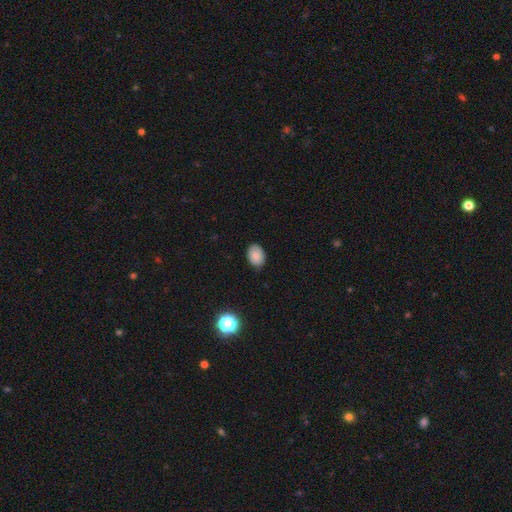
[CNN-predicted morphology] The model was most divided on "how rounded": in between: 77%, round: 23%, cigar-shaped: 1%. More confident: smooth or featured — smooth (85%); merging — none (85%).